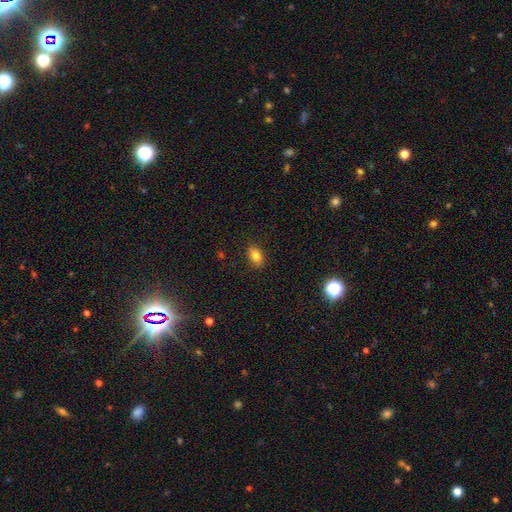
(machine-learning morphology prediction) This appears to be a smooth galaxy with no disk features (82%) that is in between round and cigar-shaped (79%). Merging: none (87%).